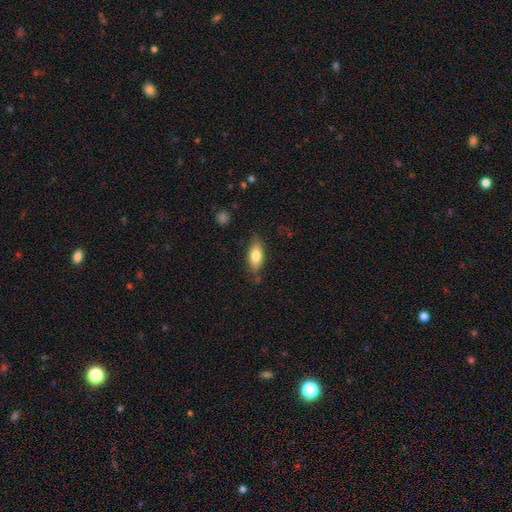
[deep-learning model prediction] A smooth galaxy with no disk features (76%) that is in between round and cigar-shaped (80%).

Vote fractions:
- Smooth or featured? smooth: 76% / featured or disk: 18% / star or artifact: 7%
- How rounded? in between: 80% / cigar-shaped: 16% / round: 3%
- Merging? none: 77% / minor disturbance: 17% / major disturbance: 3% / merger: 2%